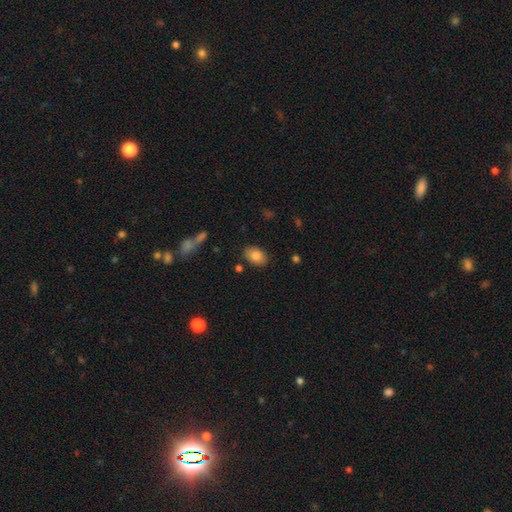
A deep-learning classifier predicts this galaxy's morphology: smooth-or-featured: smooth: 84% | featured or disk: 9% | star or artifact: 8%
  how-rounded: in between: 85% | round: 14% | cigar-shaped: 1%
  merging: none: 83% | minor disturbance: 11% | major disturbance: 3% | merger: 2%